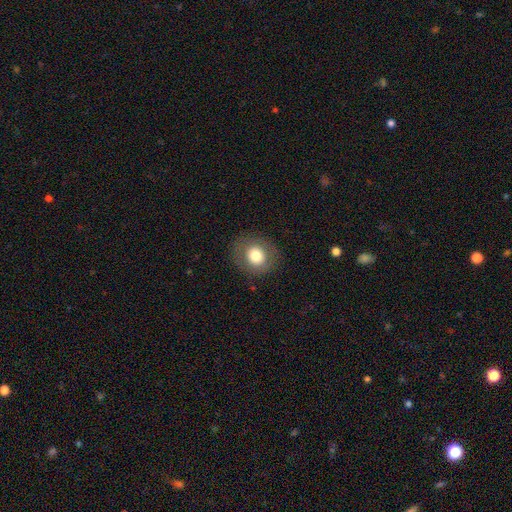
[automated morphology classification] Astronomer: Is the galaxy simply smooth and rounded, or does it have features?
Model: smooth — 74%.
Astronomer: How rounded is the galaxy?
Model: round — 81%.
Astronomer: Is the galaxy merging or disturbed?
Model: none — 86%.